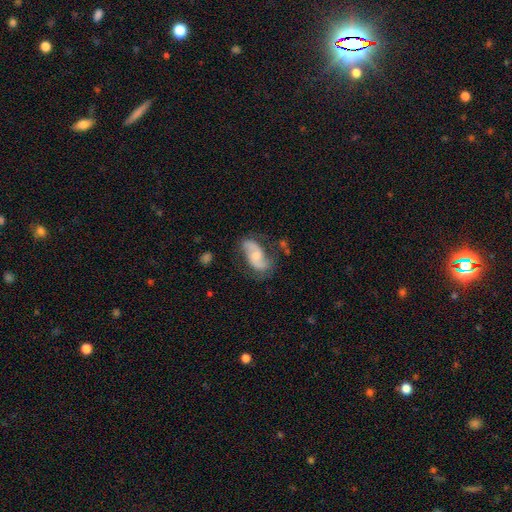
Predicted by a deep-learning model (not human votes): A featured or disk galaxy (65%) with no bar (61%), 2 (84%) loose (43%) spiral arms (86%) and a moderate central bulge (57%). Merging: none (60%).